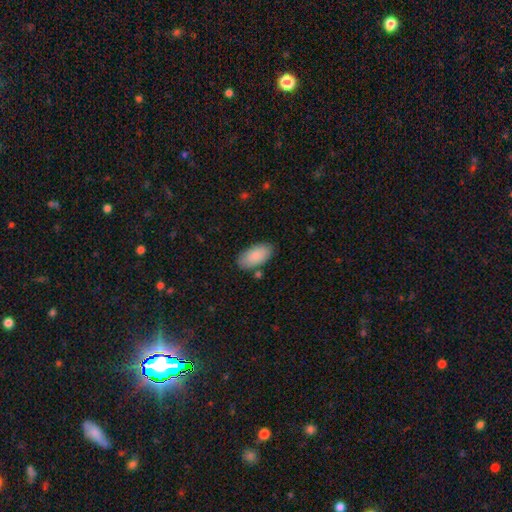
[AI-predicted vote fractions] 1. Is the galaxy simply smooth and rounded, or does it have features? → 87% smooth, 7% featured or disk, 6% star or artifact.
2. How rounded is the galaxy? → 95% in between, 3% cigar-shaped, 2% round.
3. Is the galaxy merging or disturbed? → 81% none, 12% minor disturbance, 4% merger, 3% major disturbance.